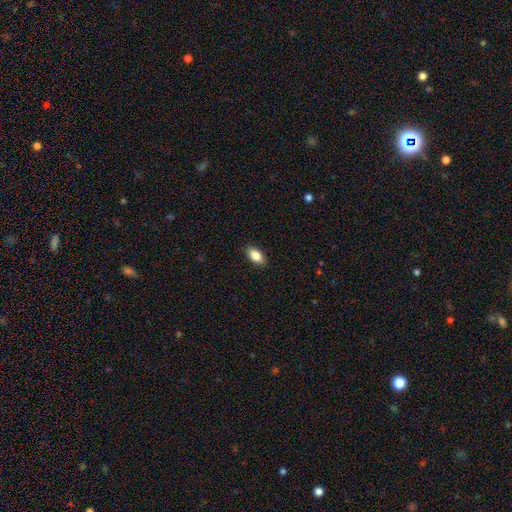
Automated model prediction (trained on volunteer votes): Smooth or featured?
  - smooth: 86% *
  - star or artifact: 7%
  - featured or disk: 7%
How rounded?
  - in between: 91% *
  - round: 5%
  - cigar-shaped: 5%
Merging?
  - none: 88% *
  - minor disturbance: 9%
  - major disturbance: 2%
  - merger: 1%